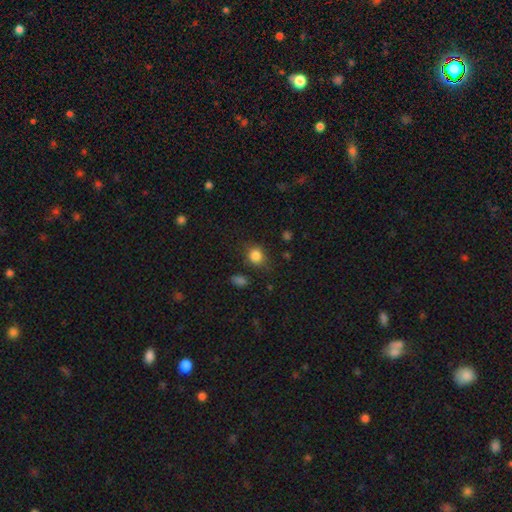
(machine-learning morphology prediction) The model was most divided on "how rounded": round: 76%, in between: 23%, cigar-shaped: 1%. More confident: smooth or featured — smooth (84%); merging — none (78%).